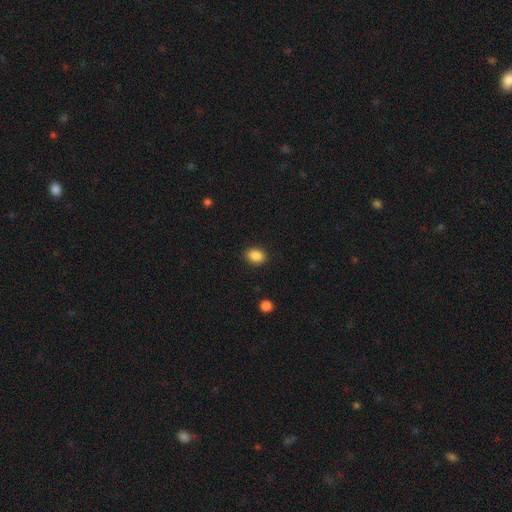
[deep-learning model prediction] Smooth or featured?
  - smooth: 87% *
  - star or artifact: 9%
  - featured or disk: 4%
How rounded?
  - in between: 59% *
  - round: 40%
  - cigar-shaped: 1%
Merging?
  - none: 90% *
  - minor disturbance: 7%
  - major disturbance: 2%
  - merger: 1%